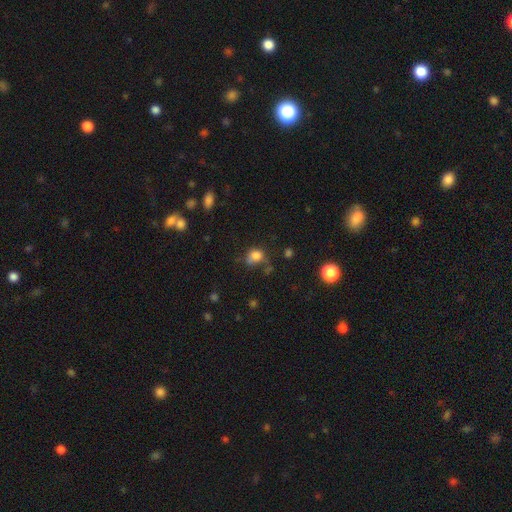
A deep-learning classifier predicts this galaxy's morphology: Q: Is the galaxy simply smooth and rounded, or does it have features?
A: smooth — 78%.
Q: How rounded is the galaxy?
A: round — 51%.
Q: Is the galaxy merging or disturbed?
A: none — 44%.